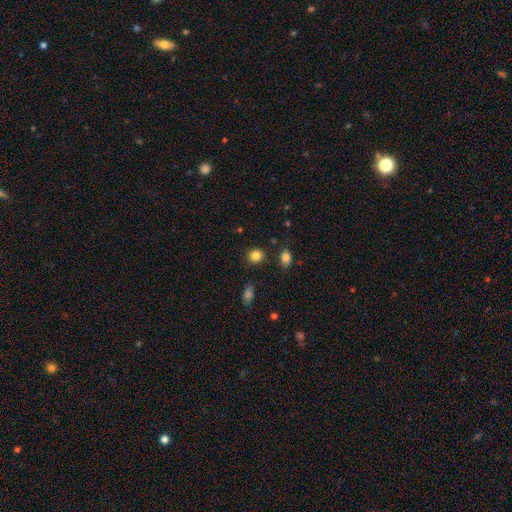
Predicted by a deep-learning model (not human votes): Smooth or featured?
  - smooth: 85% *
  - star or artifact: 11%
  - featured or disk: 5%
How rounded?
  - round: 76% *
  - in between: 23%
  - cigar-shaped: 1%
Merging?
  - none: 86% *
  - minor disturbance: 9%
  - merger: 3%
  - major disturbance: 3%